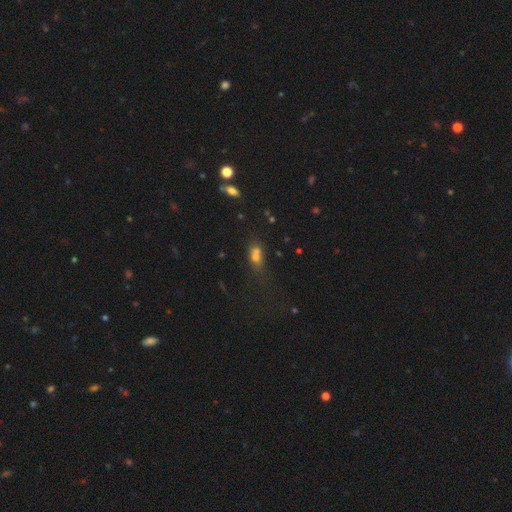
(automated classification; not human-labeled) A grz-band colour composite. It shows a smooth galaxy with no disk features (59%) that is in between round and cigar-shaped (51%). Merging: merger (45%).